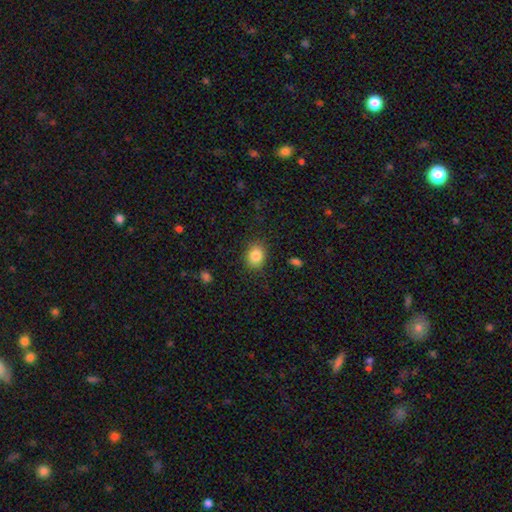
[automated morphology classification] A smooth galaxy with no disk features (85%) that is round (56%). Merging: none (87%).